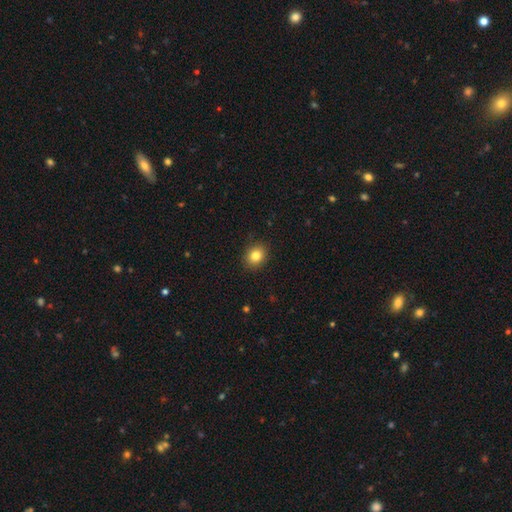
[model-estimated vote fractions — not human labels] Q: Smooth or featured?
A: smooth (82%); runner-up: star or artifact (11%)
Q: How rounded?
A: round (61%); runner-up: in between (38%)
Q: Merging?
A: none (90%); runner-up: minor disturbance (7%)